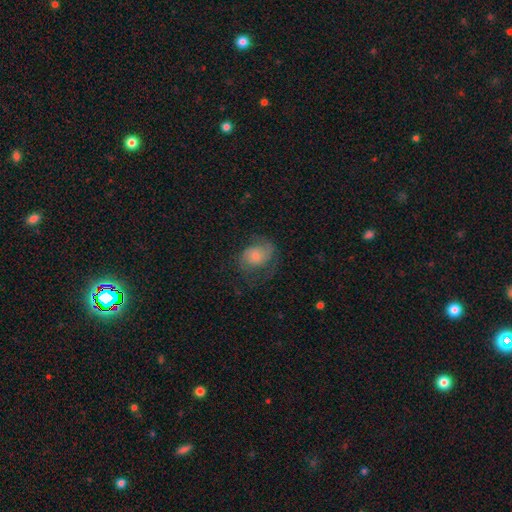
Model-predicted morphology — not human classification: Smooth or featured?
  - featured or disk: 45% *
  - smooth: 44%
  - star or artifact: 11%
Merging?
  - none: 57% *
  - minor disturbance: 23%
  - major disturbance: 19%
  - merger: 1%